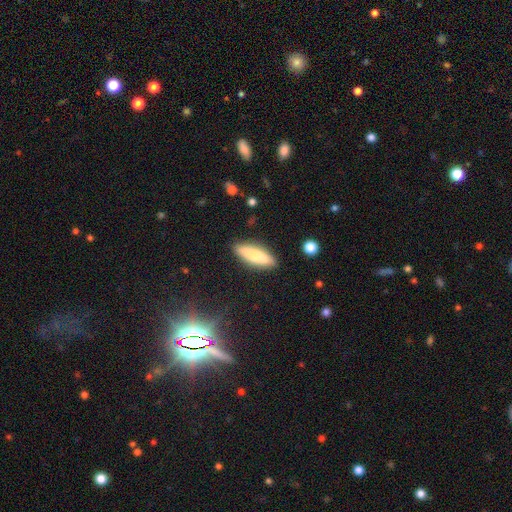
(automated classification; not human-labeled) A smooth galaxy with no disk features (69%) that is cigar-shaped (55%).

Vote fractions:
- Smooth or featured? smooth: 69% / featured or disk: 25% / star or artifact: 6%
- How rounded? cigar-shaped: 55% / in between: 43% / round: 2%
- Merging? none: 86% / minor disturbance: 10% / major disturbance: 2% / merger: 2%